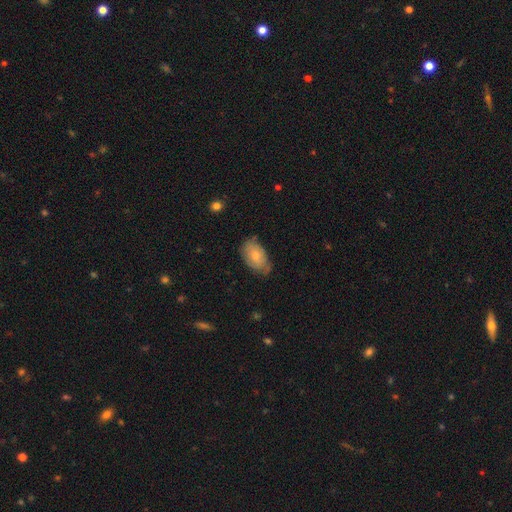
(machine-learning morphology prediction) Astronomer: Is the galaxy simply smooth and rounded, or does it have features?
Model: smooth — 67%.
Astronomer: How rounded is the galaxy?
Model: in between — 92%.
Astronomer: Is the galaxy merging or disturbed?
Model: none — 60%.